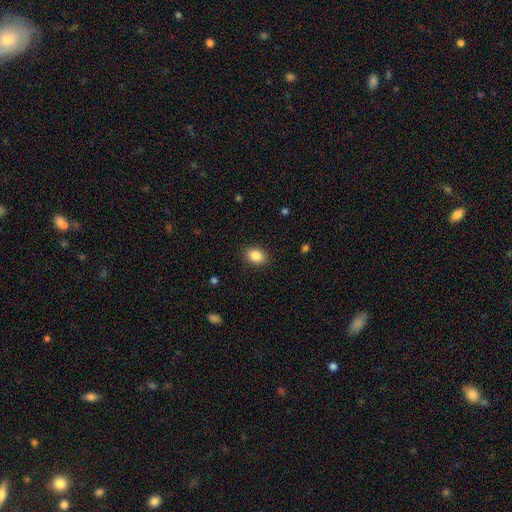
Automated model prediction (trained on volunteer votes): smooth 86%, star or artifact 9%, featured or disk 5%. Down the decision tree: how rounded — in between (64%); merging — none (88%).